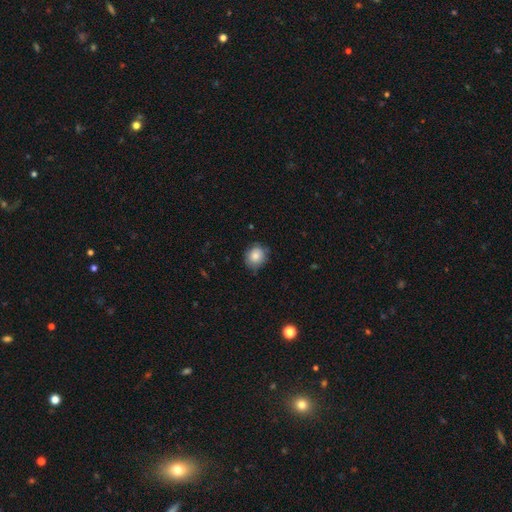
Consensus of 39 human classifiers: Smooth or featured? smooth (85%)
How rounded? round (79%)
Merging? none (71%)